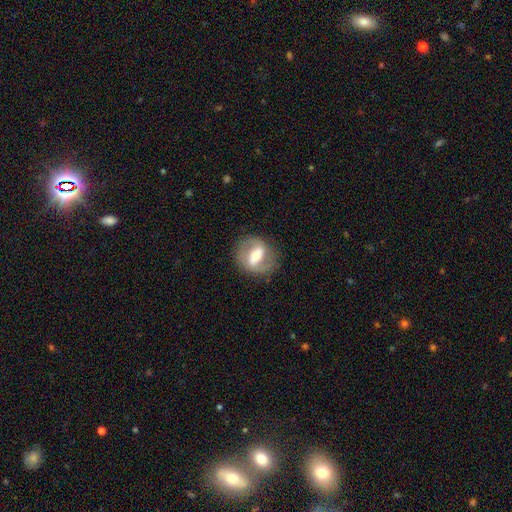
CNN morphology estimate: The model was most divided on "bar": strong: 56%, weak: 31%, no: 13%. More confident: edge-on disk — no (93%); merging — none (79%); spiral arms — yes (72%); smooth or featured — featured or disk (71%); bulge size — moderate (62%).